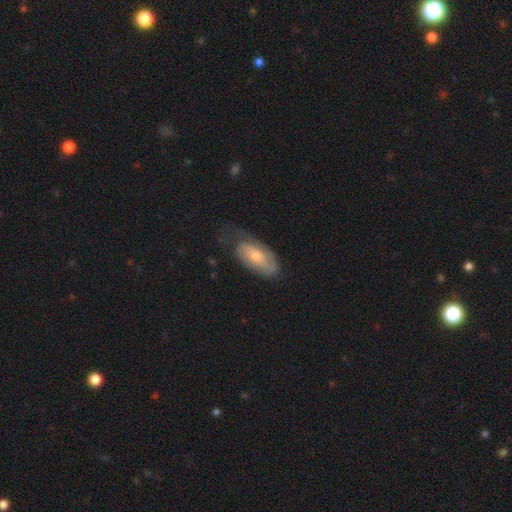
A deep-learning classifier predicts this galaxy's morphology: featured or disk 48%, smooth 46%, star or artifact 6%. Down the decision tree: merging — none (49%).